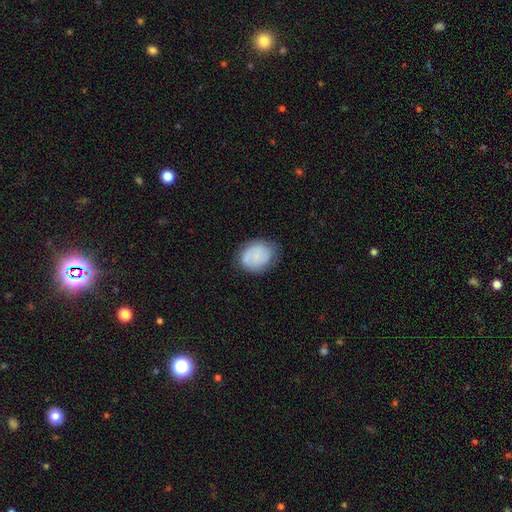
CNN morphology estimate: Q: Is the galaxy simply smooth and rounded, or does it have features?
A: smooth — 67%.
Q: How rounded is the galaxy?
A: round — 53%.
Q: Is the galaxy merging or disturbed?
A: none — 69%.